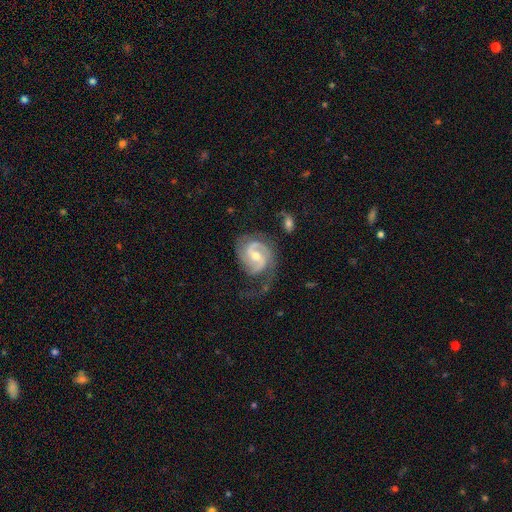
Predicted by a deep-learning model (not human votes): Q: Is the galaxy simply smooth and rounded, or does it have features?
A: featured or disk — 90%.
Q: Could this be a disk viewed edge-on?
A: no — 98%.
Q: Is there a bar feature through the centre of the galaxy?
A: weak — 48%.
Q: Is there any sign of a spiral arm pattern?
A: yes — 97%.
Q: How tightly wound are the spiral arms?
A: medium — 51%.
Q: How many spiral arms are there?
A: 2 — 80%.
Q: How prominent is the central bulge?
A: moderate — 62%.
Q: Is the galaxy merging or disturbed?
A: none — 55%.